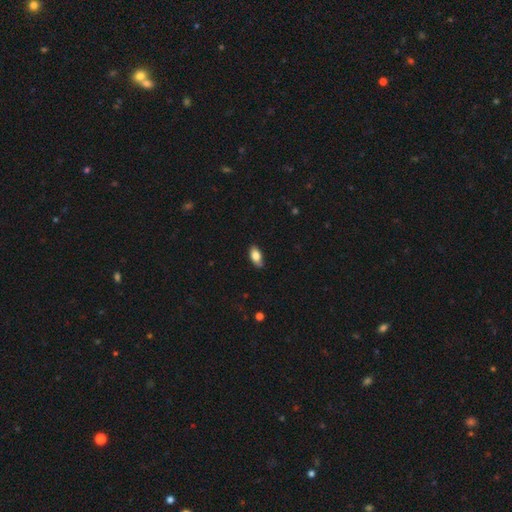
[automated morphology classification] A smooth galaxy with no disk features (82%) that is in between round and cigar-shaped (90%).

Vote fractions:
- Smooth or featured? smooth: 82% / featured or disk: 11% / star or artifact: 7%
- How rounded? in between: 90% / cigar-shaped: 6% / round: 4%
- Merging? none: 73% / minor disturbance: 22% / major disturbance: 3% / merger: 1%